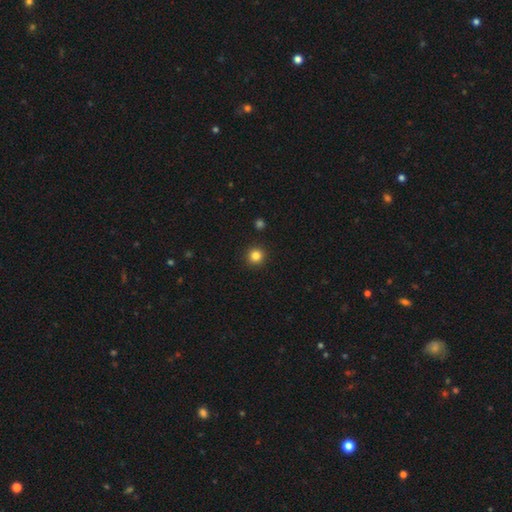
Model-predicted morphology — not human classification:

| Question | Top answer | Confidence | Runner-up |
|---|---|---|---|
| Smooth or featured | smooth | 84% | star or artifact (12%) |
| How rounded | round | 95% | in between (4%) |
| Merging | none | 92% | minor disturbance (5%) |